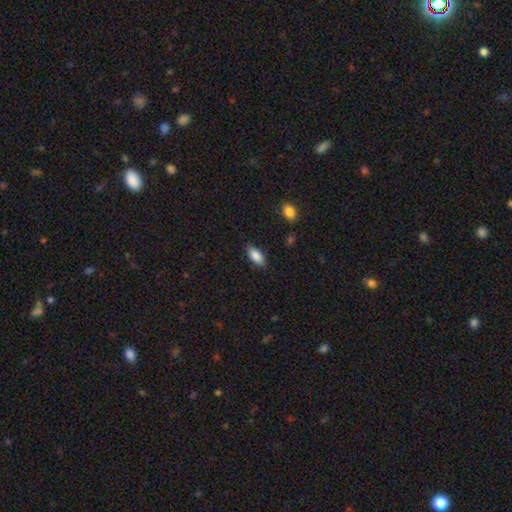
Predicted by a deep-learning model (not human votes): Q: Smooth or featured?
A: smooth (84%); runner-up: featured or disk (9%)
Q: How rounded?
A: in between (86%); runner-up: cigar-shaped (12%)
Q: Merging?
A: none (84%); runner-up: minor disturbance (12%)